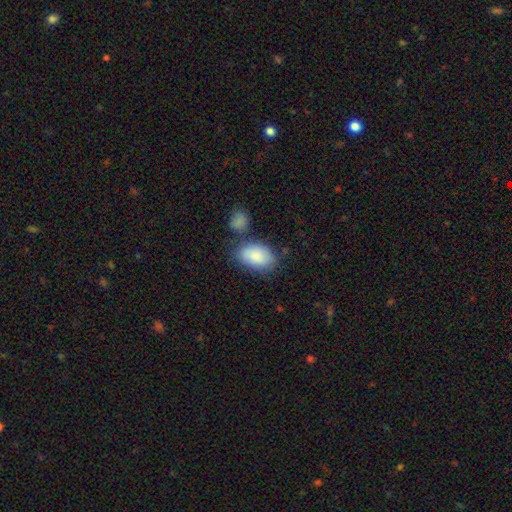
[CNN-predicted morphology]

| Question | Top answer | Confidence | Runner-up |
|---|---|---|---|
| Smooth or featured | smooth | 87% | featured or disk (7%) |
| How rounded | in between | 93% | round (6%) |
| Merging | none | 61% | minor disturbance (18%) |